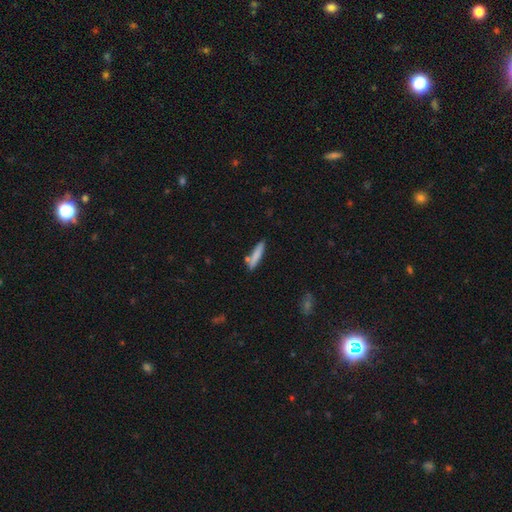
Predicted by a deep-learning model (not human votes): The model was most divided on "smooth or featured": smooth: 80%, featured or disk: 14%, star or artifact: 6%. More confident: how rounded — cigar-shaped (87%); merging — none (79%).